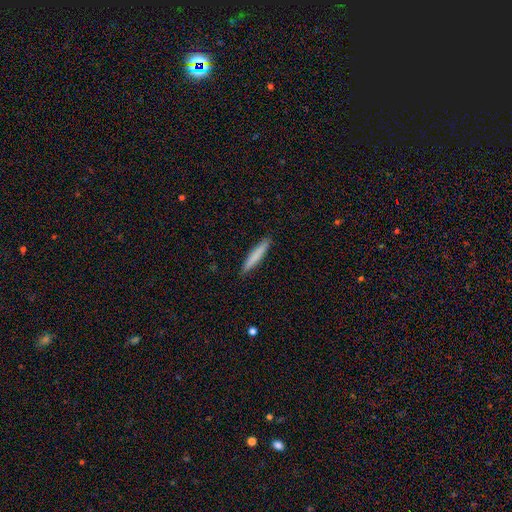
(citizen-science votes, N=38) This appears to be a smooth galaxy with no disk features (66%) that is cigar-shaped (96%). Merging: none (89%).